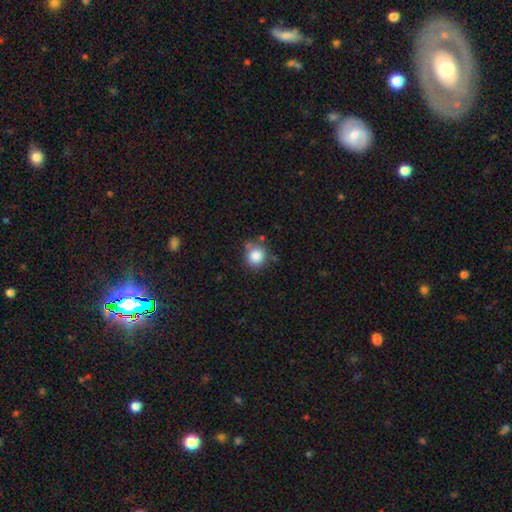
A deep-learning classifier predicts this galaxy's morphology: Smooth or featured? smooth (85%)
How rounded? round (88%)
Merging? none (72%)